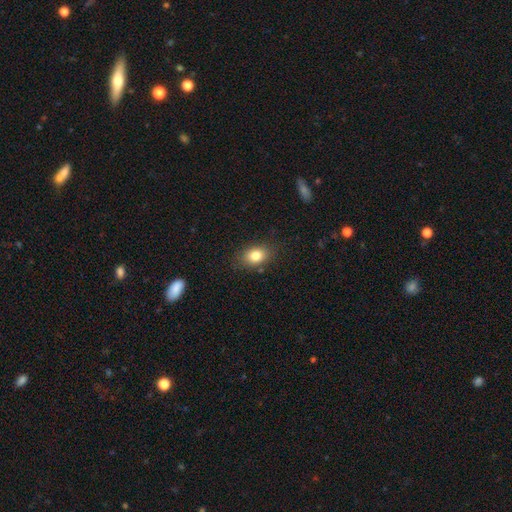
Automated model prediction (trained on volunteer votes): smooth-or-featured: smooth: 81% | star or artifact: 9% | featured or disk: 9%
  how-rounded: in between: 75% | round: 24% | cigar-shaped: 2%
  merging: none: 81% | minor disturbance: 13% | major disturbance: 4% | merger: 2%